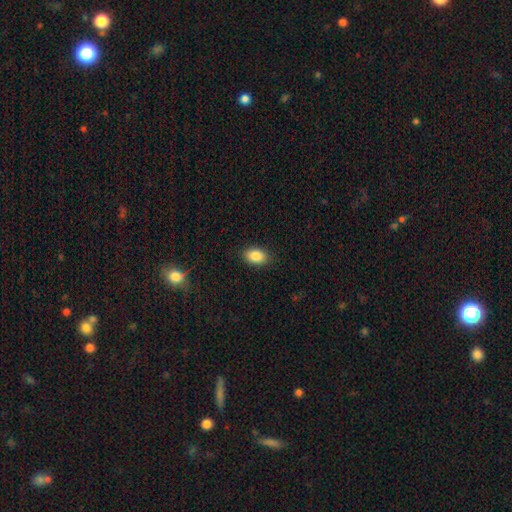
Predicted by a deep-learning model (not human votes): This appears to be a smooth galaxy with no disk features (87%) that is in between round and cigar-shaped (89%). Merging: none (88%).